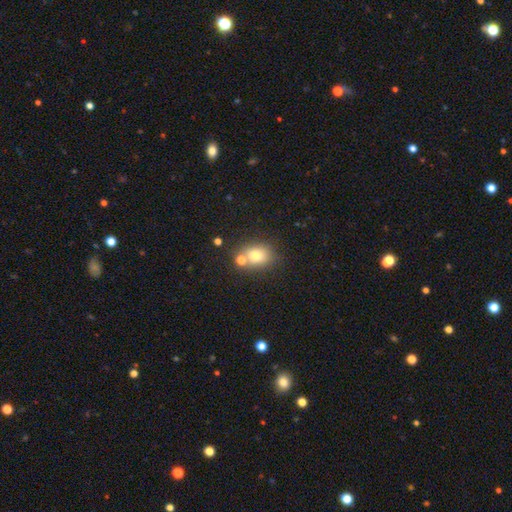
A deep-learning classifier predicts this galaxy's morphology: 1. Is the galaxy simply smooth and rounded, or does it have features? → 75% smooth, 13% star or artifact, 12% featured or disk.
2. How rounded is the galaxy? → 52% round, 47% in between, 1% cigar-shaped.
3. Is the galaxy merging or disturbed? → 63% none, 21% merger, 12% minor disturbance, 4% major disturbance.